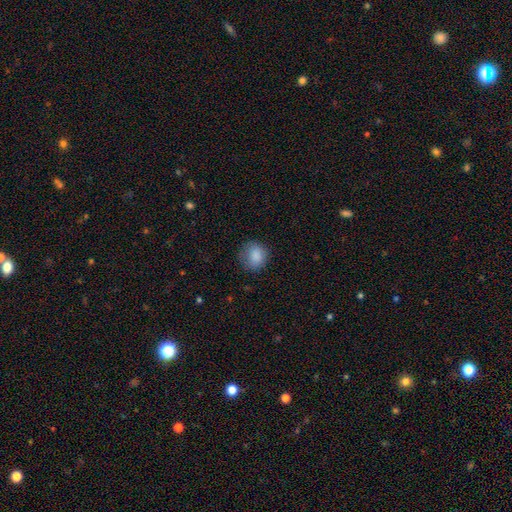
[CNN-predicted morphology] Smooth or featured?
  - smooth: 86% *
  - star or artifact: 8%
  - featured or disk: 6%
How rounded?
  - round: 80% *
  - in between: 19%
  - cigar-shaped: 1%
Merging?
  - none: 73% *
  - minor disturbance: 19%
  - major disturbance: 6%
  - merger: 1%